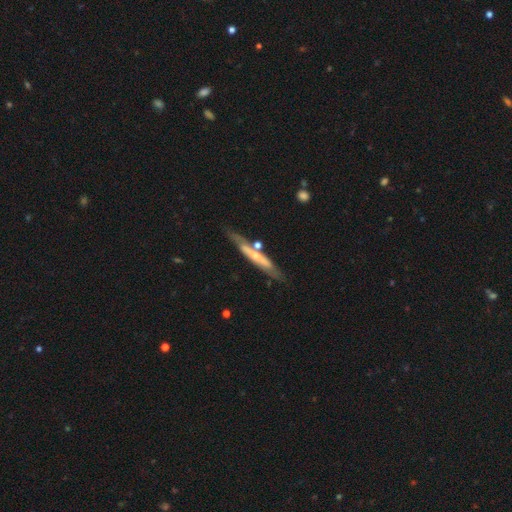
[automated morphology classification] Q: Smooth or featured?
A: featured or disk (61%); runner-up: smooth (33%)
Q: Edge-on disk?
A: yes (80%); runner-up: no (20%)
Q: Merging?
A: none (69%); runner-up: minor disturbance (16%)